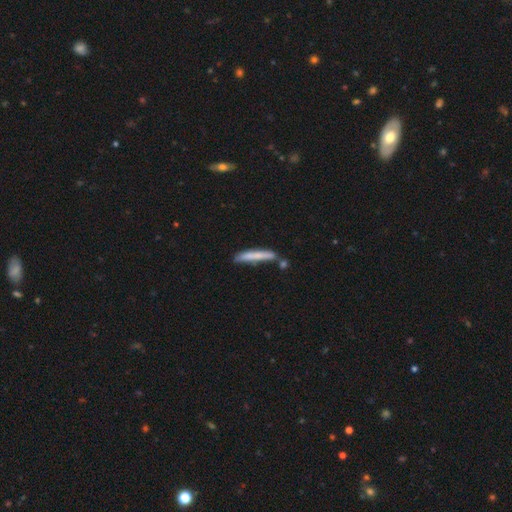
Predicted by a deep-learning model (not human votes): Smooth or featured? Predicted: smooth (p=0.70). How rounded? Predicted: cigar-shaped (p=0.94). Merging? Predicted: none (p=0.65).